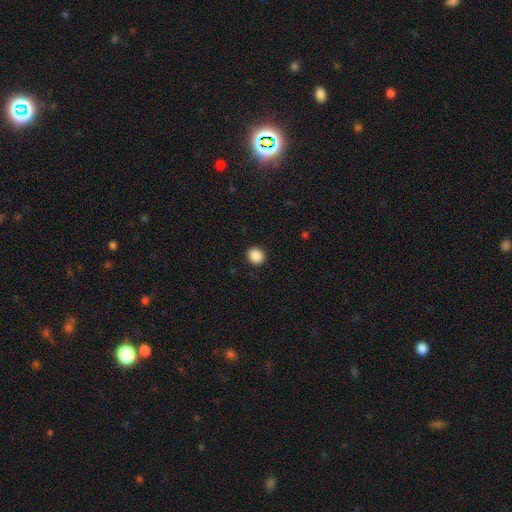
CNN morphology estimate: The model was most divided on "how rounded": round: 83%, in between: 17%, cigar-shaped: 1%. More confident: merging — none (91%); smooth or featured — smooth (89%).